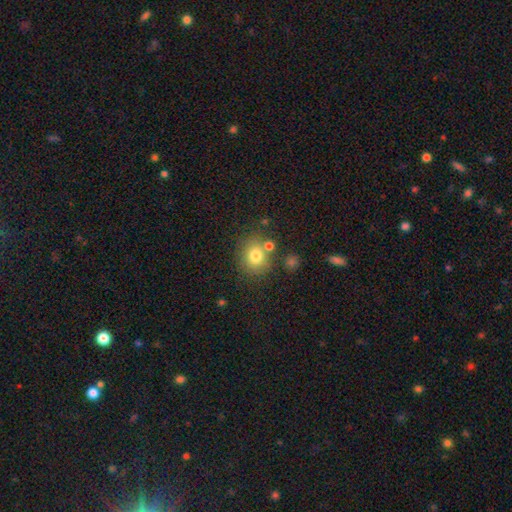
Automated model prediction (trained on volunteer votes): Overall: smooth (77%). How rounded: round (76%). Merging: none (70%).